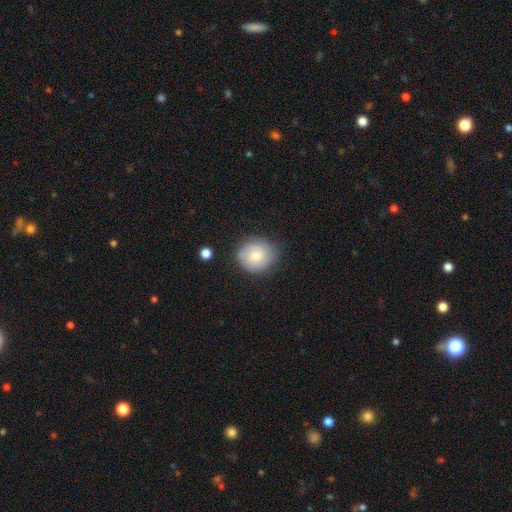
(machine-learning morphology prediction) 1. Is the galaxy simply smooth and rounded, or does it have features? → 64% smooth, 28% featured or disk, 8% star or artifact.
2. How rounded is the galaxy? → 78% round, 21% in between, 1% cigar-shaped.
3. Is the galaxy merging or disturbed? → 77% none, 17% minor disturbance, 4% major disturbance, 2% merger.